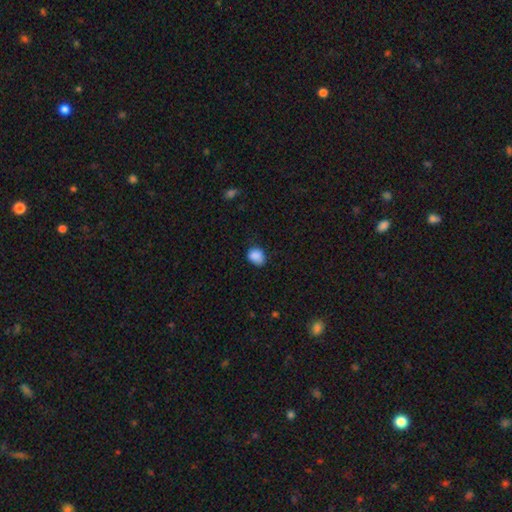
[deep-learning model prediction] Smooth or featured?
  - smooth: 87% *
  - star or artifact: 9%
  - featured or disk: 4%
How rounded?
  - round: 56% *
  - in between: 44%
  - cigar-shaped: 1%
Merging?
  - none: 65% *
  - minor disturbance: 28%
  - major disturbance: 5%
  - merger: 2%